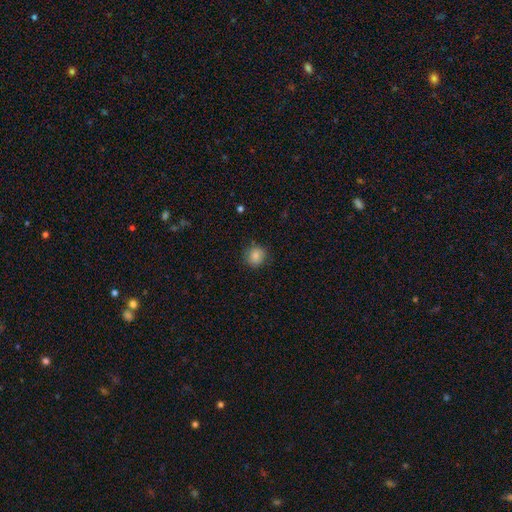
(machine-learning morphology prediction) A smooth galaxy with no disk features (84%) that is round (85%).

Vote fractions:
- Smooth or featured? smooth: 84% / star or artifact: 10% / featured or disk: 6%
- How rounded? round: 85% / in between: 14% / cigar-shaped: 1%
- Merging? none: 84% / minor disturbance: 11% / major disturbance: 3% / merger: 1%